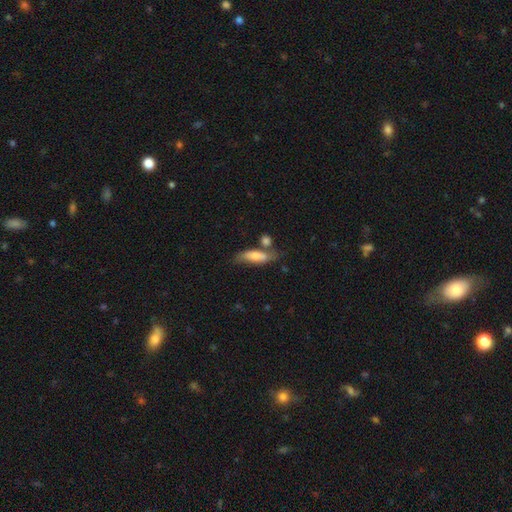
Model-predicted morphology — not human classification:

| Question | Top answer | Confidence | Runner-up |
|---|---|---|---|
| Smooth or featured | smooth | 64% | featured or disk (29%) |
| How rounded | in between | 53% | cigar-shaped (43%) |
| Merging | none | 48% | minor disturbance (22%) |